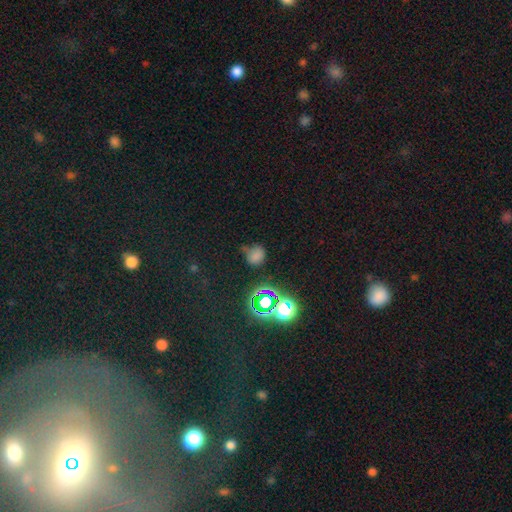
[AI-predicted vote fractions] smooth-or-featured: smooth: 64% | star or artifact: 27% | featured or disk: 9%
  how-rounded: round: 65% | in between: 34% | cigar-shaped: 2%
  merging: none: 52% | minor disturbance: 28% | major disturbance: 12% | merger: 7%